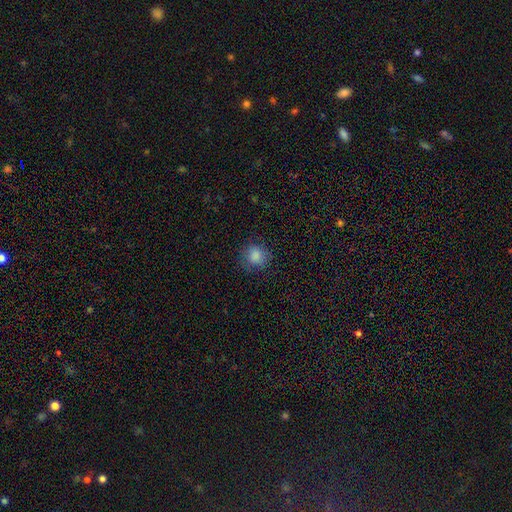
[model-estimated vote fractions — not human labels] Smooth or featured?
  - smooth: 85% *
  - star or artifact: 10%
  - featured or disk: 5%
How rounded?
  - round: 84% *
  - in between: 15%
  - cigar-shaped: 1%
Merging?
  - none: 81% *
  - minor disturbance: 13%
  - major disturbance: 5%
  - merger: 1%